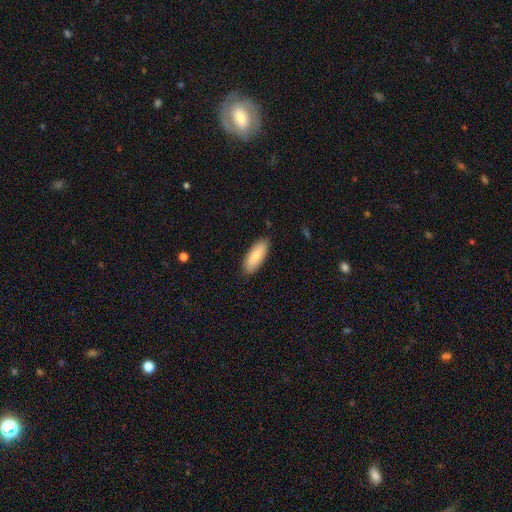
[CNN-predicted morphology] Q: Smooth or featured?
A: smooth (75%); runner-up: featured or disk (19%)
Q: How rounded?
A: in between (79%); runner-up: cigar-shaped (19%)
Q: Merging?
A: none (86%); runner-up: minor disturbance (11%)